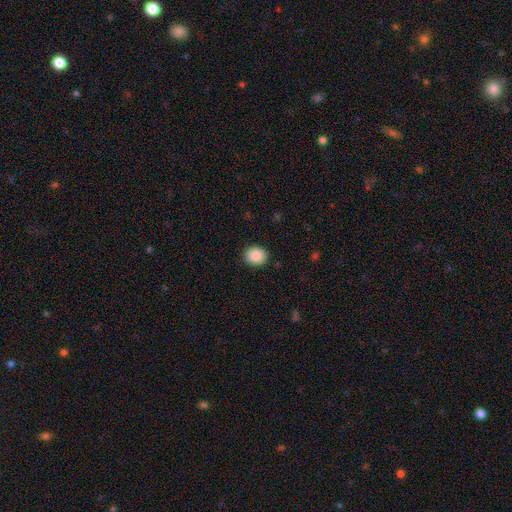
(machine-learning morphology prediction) A smooth galaxy with no disk features (89%) that is round (64%).

Vote fractions:
- Smooth or featured? smooth: 89% / star or artifact: 8% / featured or disk: 3%
- How rounded? round: 64% / in between: 35% / cigar-shaped: 1%
- Merging? none: 90% / minor disturbance: 7% / major disturbance: 2% / merger: 1%